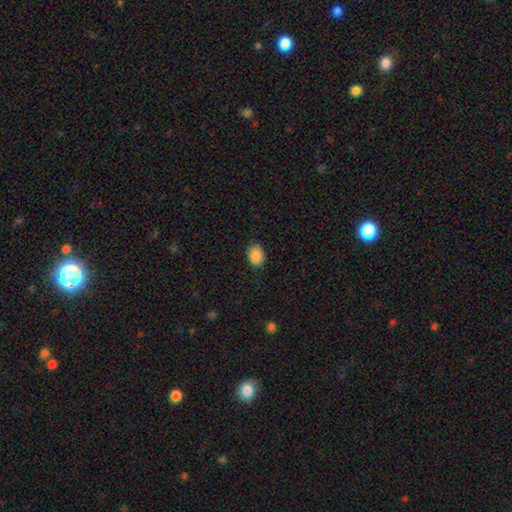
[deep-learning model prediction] smooth-or-featured: smooth: 87% | star or artifact: 8% | featured or disk: 5%
  how-rounded: in between: 69% | round: 30% | cigar-shaped: 1%
  merging: none: 87% | minor disturbance: 10% | major disturbance: 2% | merger: 1%